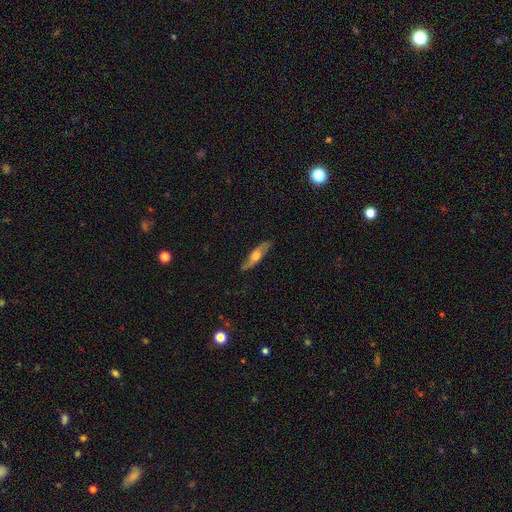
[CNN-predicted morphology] This is possibly a featured or disk galaxy (57%). It is likely viewed edge-on (67%). Merging: clearly none (81%).